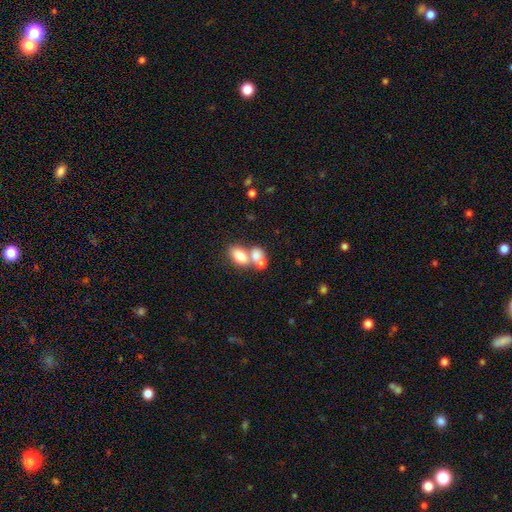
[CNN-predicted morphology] Q: Smooth or featured?
A: smooth (72%); runner-up: featured or disk (19%)
Q: How rounded?
A: in between (76%); runner-up: round (22%)
Q: Merging?
A: merger (62%); runner-up: none (26%)